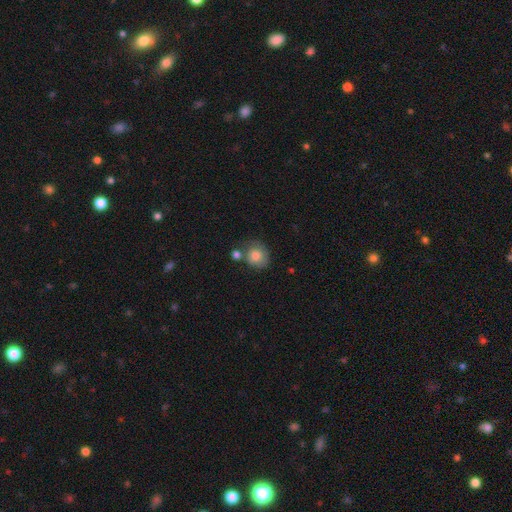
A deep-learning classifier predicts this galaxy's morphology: smooth-or-featured: smooth: 79% | featured or disk: 14% | star or artifact: 8%
  how-rounded: round: 79% | in between: 20% | cigar-shaped: 1%
  merging: none: 49% | minor disturbance: 22% | merger: 20% | major disturbance: 9%